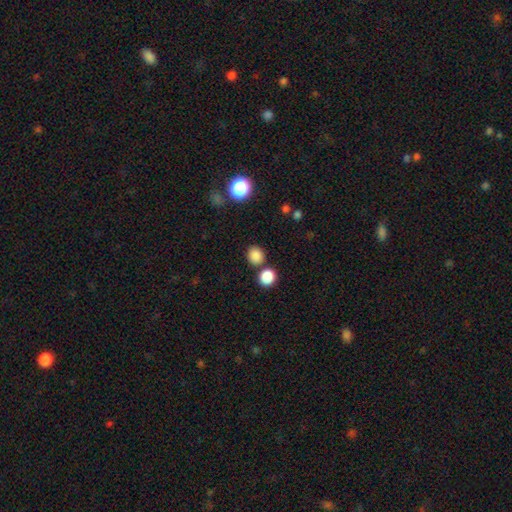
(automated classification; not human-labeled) Q: Smooth or featured?
A: smooth (85%); runner-up: star or artifact (12%)
Q: How rounded?
A: round (76%); runner-up: in between (23%)
Q: Merging?
A: none (73%); runner-up: merger (15%)